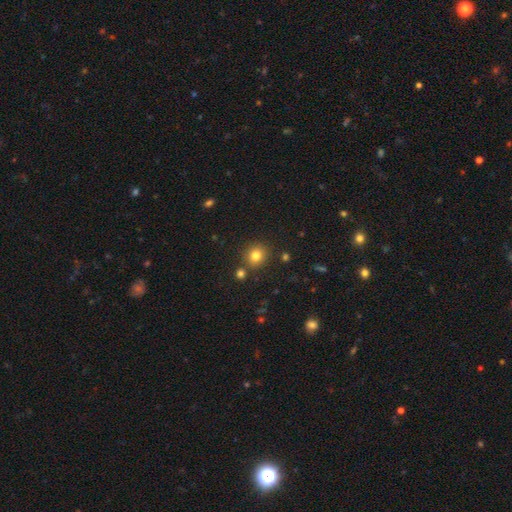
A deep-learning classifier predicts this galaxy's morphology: A smooth galaxy with no disk features (80%) that is round (84%).

Vote fractions:
- Smooth or featured? smooth: 80% / star or artifact: 13% / featured or disk: 7%
- How rounded? round: 84% / in between: 15% / cigar-shaped: 1%
- Merging? none: 81% / minor disturbance: 8% / merger: 8% / major disturbance: 3%